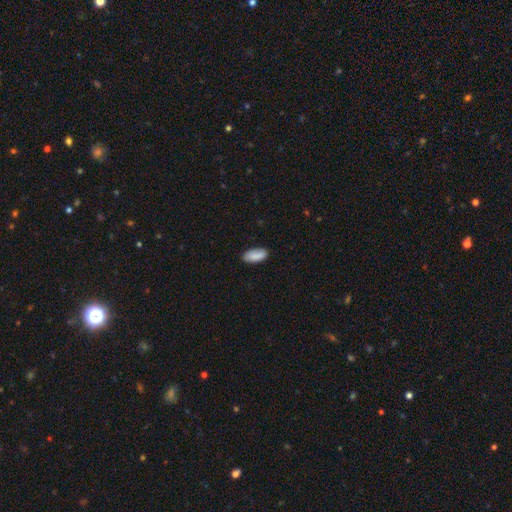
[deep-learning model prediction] Morphology: type=smooth (88%); roundness=in between (87%); merging=none (86%).